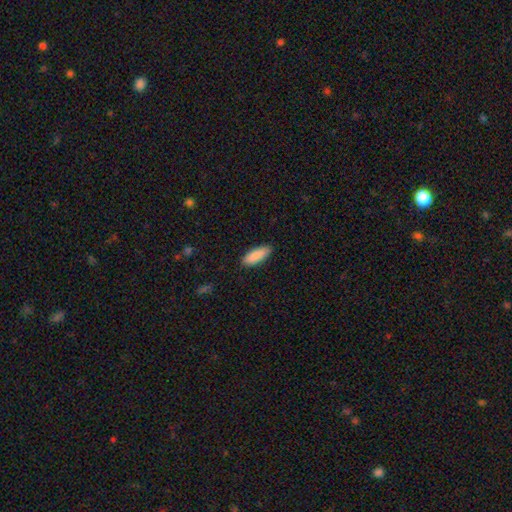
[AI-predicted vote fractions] smooth 90%, star or artifact 6%, featured or disk 5%. Down the decision tree: how rounded — in between (68%); merging — none (88%).